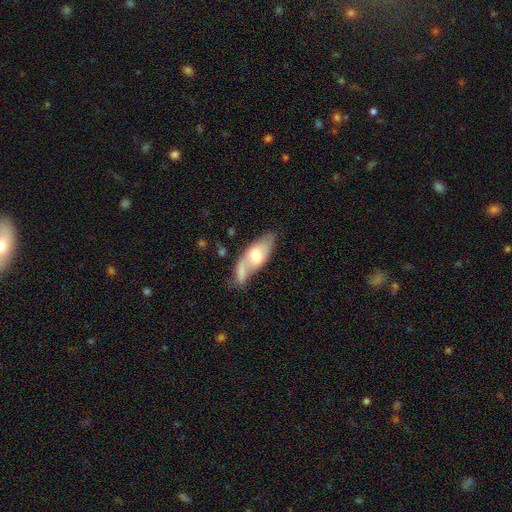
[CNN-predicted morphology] smooth-or-featured: smooth: 54% | featured or disk: 40% | star or artifact: 6%
  how-rounded: in between: 77% | cigar-shaped: 20% | round: 3%
  merging: none: 40% | merger: 24% | minor disturbance: 24% | major disturbance: 12%